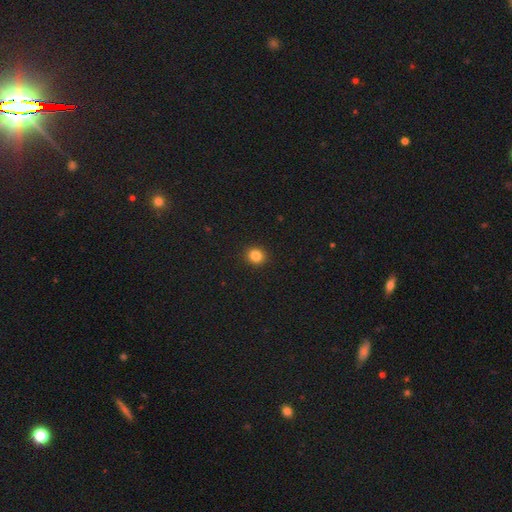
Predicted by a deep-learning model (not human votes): The model was most divided on "how rounded": round: 82%, in between: 17%, cigar-shaped: 1%. More confident: merging — none (92%); smooth or featured — smooth (84%).